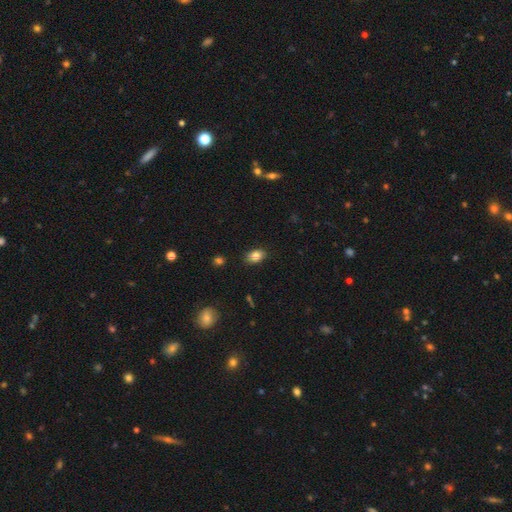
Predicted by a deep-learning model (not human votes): This appears to be a smooth galaxy with no disk features (83%) that is in between round and cigar-shaped (83%). Merging: none (85%).